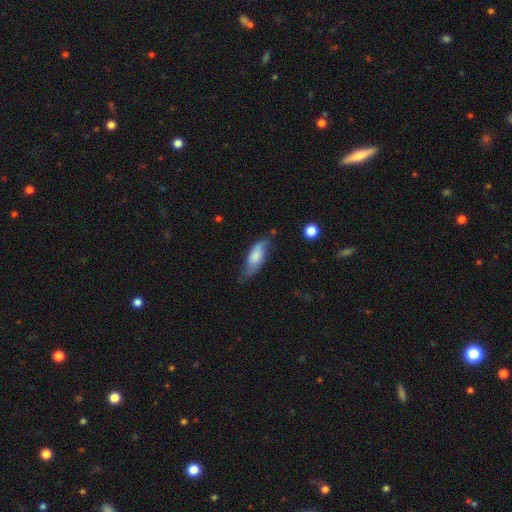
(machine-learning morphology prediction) Overall: smooth (68%). How rounded: in between (74%). Merging: none (51%; minor disturbance 35%).